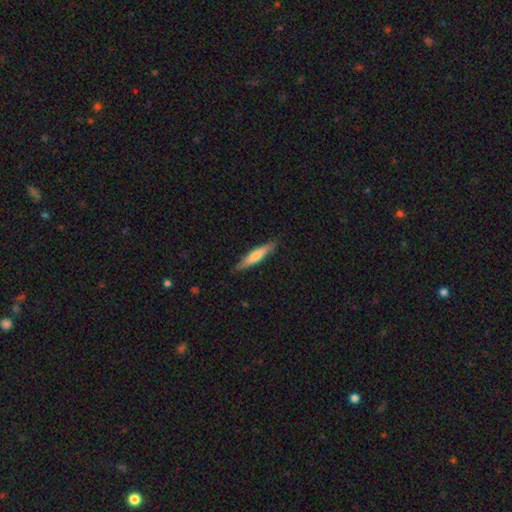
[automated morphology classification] Smooth or featured: smooth — 55% (featured or disk — 40%)
How rounded: cigar-shaped — 90% (in between — 9%)
Merging: none — 88% (minor disturbance — 9%)